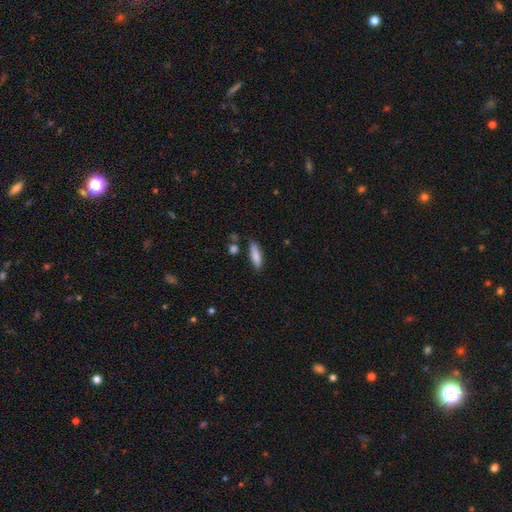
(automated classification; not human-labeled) This appears to be a smooth galaxy with no disk features (82%) that is cigar-shaped (62%). Merging: none (76%).